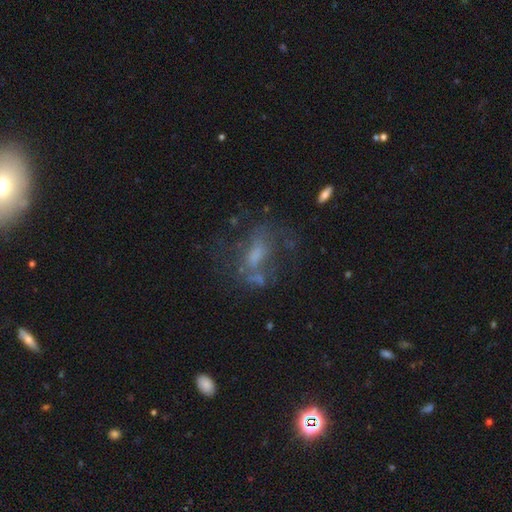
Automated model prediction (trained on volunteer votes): This appears to be a featured or disk galaxy (54%) with no bar (58%), no spiral arms (65%) and a moderate central bulge (34%). Merging: none (49%).